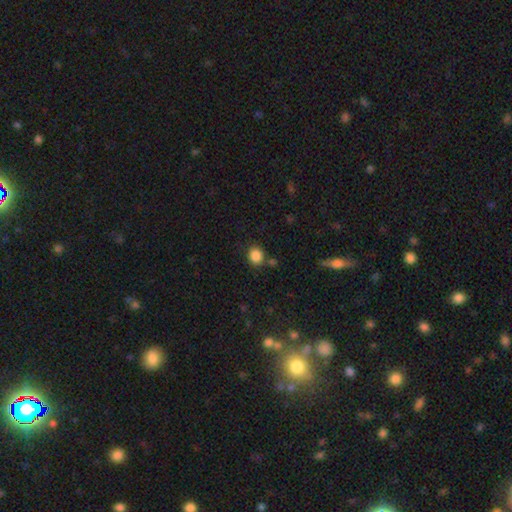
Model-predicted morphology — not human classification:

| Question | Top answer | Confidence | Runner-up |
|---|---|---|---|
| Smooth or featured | smooth | 86% | star or artifact (10%) |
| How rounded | round | 72% | in between (27%) |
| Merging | none | 78% | minor disturbance (11%) |